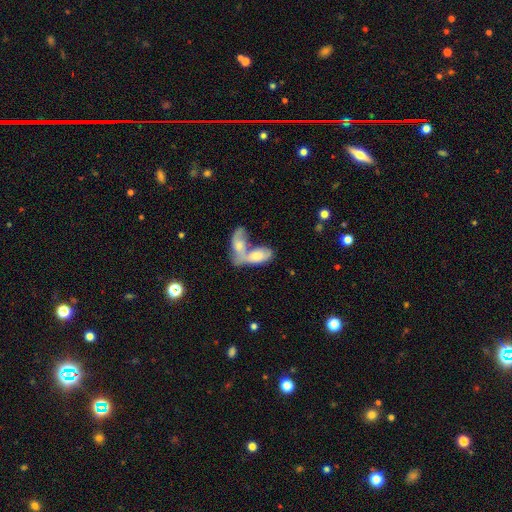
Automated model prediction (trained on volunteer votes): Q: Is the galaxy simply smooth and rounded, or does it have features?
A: smooth — 64%.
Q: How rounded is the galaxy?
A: in between — 87%.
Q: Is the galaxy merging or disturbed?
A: merger — 76%.